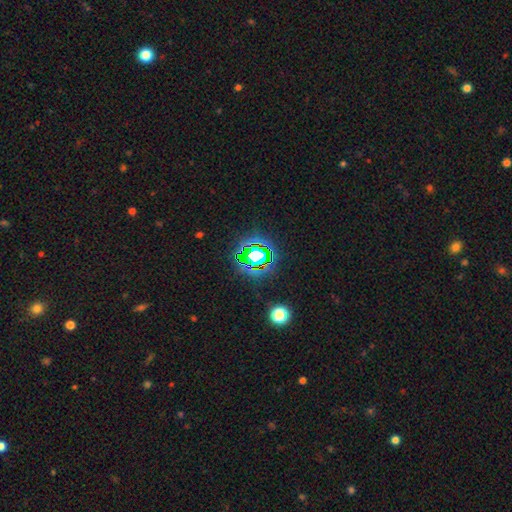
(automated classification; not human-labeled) Smooth or featured: star or artifact — 68% (smooth — 19%)